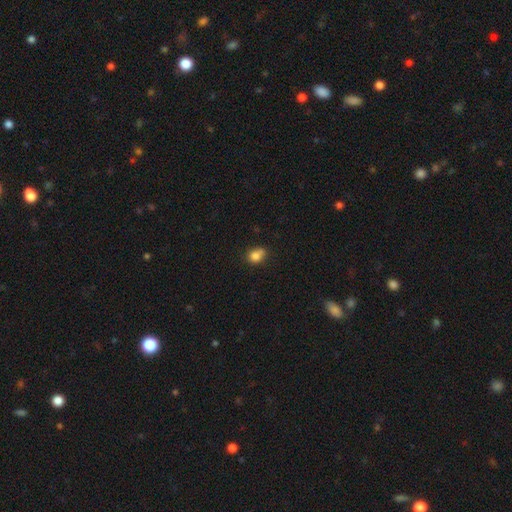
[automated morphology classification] smooth-or-featured: smooth: 82% | star or artifact: 11% | featured or disk: 8%
  how-rounded: round: 50% | in between: 49% | cigar-shaped: 1%
  merging: none: 55% | minor disturbance: 30% | merger: 8% | major disturbance: 7%